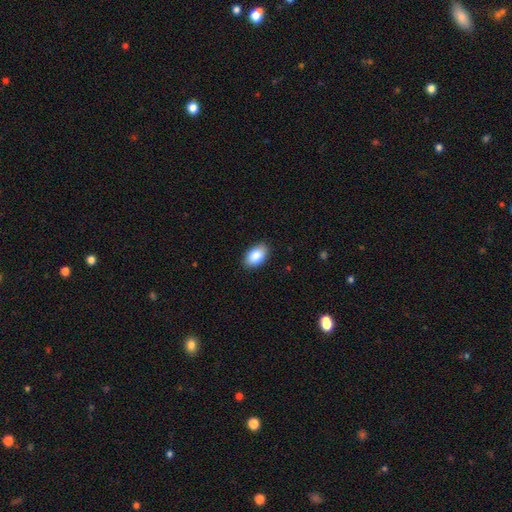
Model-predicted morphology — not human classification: smooth 86%, star or artifact 7%, featured or disk 7%. Down the decision tree: how rounded — in between (92%); merging — none (88%).